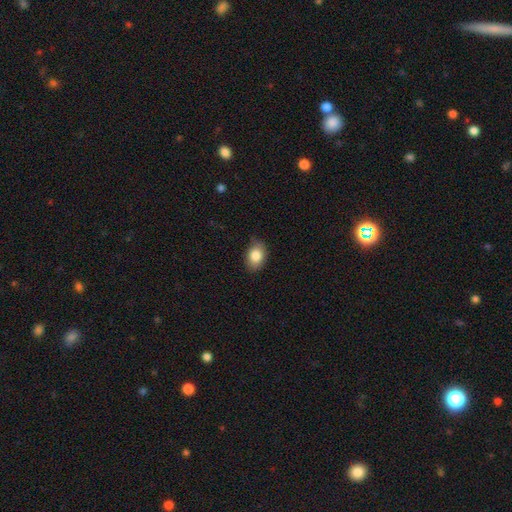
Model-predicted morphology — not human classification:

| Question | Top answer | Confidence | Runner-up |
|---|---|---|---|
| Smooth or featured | smooth | 84% | star or artifact (8%) |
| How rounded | in between | 78% | round (20%) |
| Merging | none | 80% | minor disturbance (16%) |